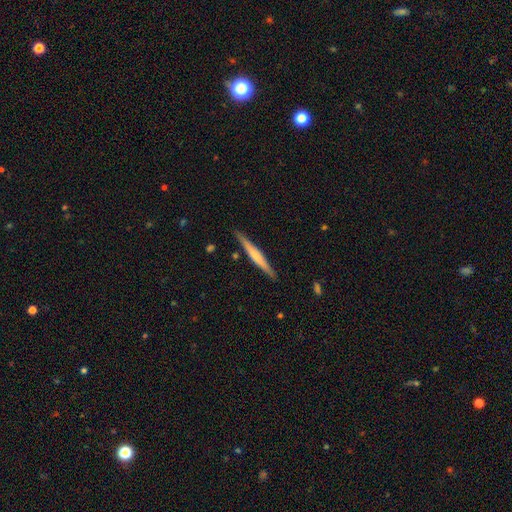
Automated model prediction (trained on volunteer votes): A featured or disk galaxy (55%) viewed edge-on (98%) with no central bulge (43%).

Vote fractions:
- Smooth or featured? featured or disk: 55% / smooth: 40% / star or artifact: 5%
- Edge-on disk? yes: 98% / no: 2%
- Edge-on bulge? none: 43% / rounded: 39% / boxy: 19%
- Merging? none: 89% / minor disturbance: 8% / merger: 2% / major disturbance: 1%